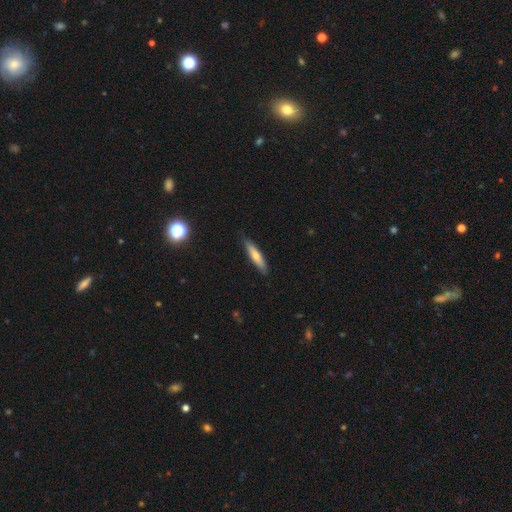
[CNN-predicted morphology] A smooth galaxy with no disk features (66%) that is cigar-shaped (84%).

Vote fractions:
- Smooth or featured? smooth: 66% / featured or disk: 28% / star or artifact: 6%
- How rounded? cigar-shaped: 84% / in between: 14% / round: 2%
- Merging? none: 86% / minor disturbance: 11% / major disturbance: 2% / merger: 1%